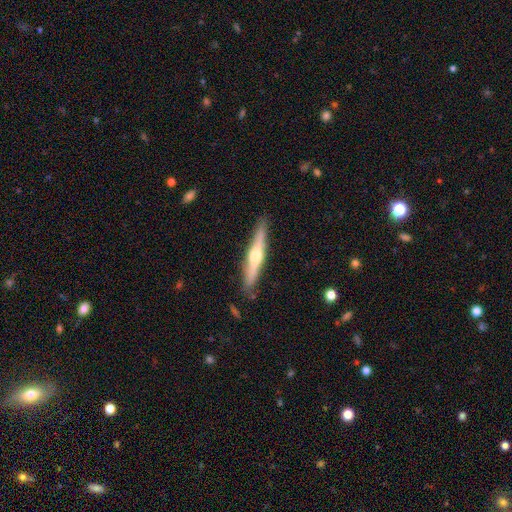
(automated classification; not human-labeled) The model was most divided on "smooth or featured": featured or disk: 65%, smooth: 30%, star or artifact: 5%. More confident: edge-on disk — yes (97%); edge-on bulge — rounded (91%); merging — none (87%).